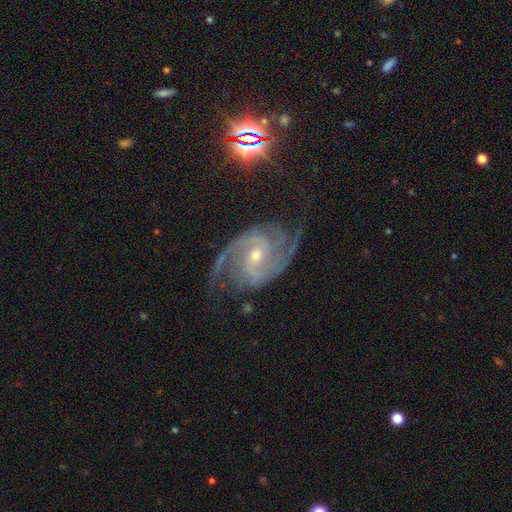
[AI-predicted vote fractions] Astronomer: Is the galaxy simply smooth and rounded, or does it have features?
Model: featured or disk — 91%.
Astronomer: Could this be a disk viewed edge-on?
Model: no — 97%.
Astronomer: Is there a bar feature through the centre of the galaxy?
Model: weak — 42% (runner-up: no, 41%).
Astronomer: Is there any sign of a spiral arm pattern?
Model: yes — 99%.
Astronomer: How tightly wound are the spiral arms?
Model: medium — 53% (runner-up: tight, 35%).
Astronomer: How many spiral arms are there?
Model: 2 — 63%.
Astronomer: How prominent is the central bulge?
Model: small — 49% (runner-up: moderate, 48%).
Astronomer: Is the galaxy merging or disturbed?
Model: none — 74%.